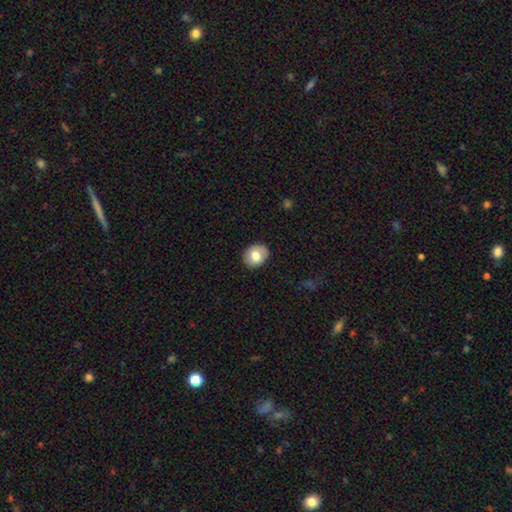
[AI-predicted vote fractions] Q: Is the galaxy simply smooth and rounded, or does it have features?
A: smooth — 77%.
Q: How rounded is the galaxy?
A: round — 60%.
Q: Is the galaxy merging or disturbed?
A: none — 88%.